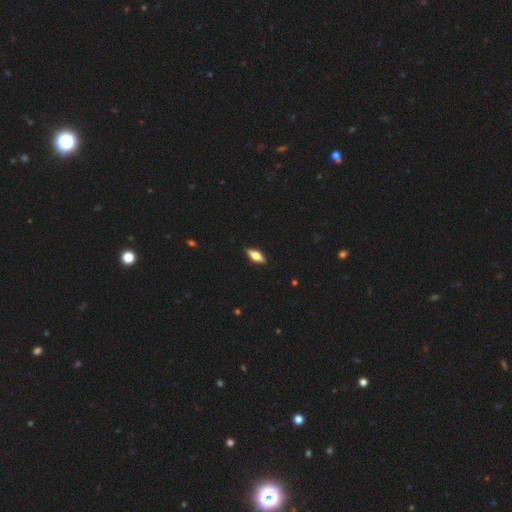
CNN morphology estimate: smooth 68%, featured or disk 25%, star or artifact 7%. Down the decision tree: how rounded — in between (78%); merging — none (88%).